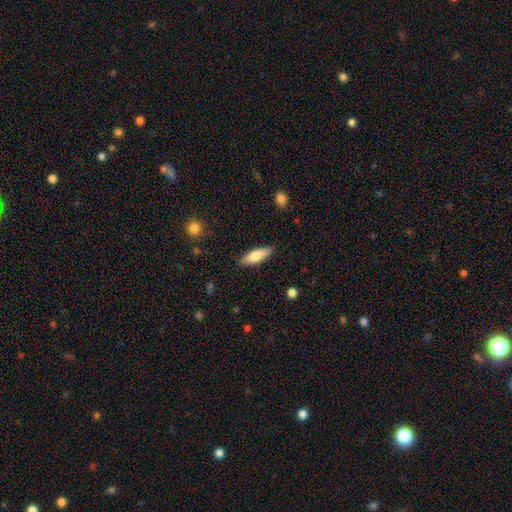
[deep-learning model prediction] Smooth or featured? Predicted: smooth (p=0.71). How rounded? Predicted: cigar-shaped (p=0.50). Merging? Predicted: none (p=0.87).